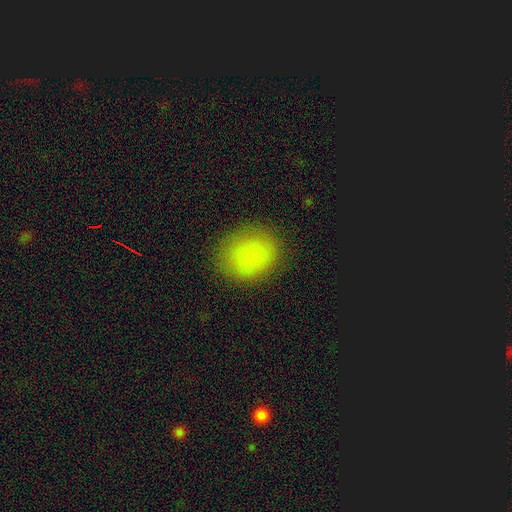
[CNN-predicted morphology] Overall: smooth (82%). How rounded: round (60%; in between 39%). Merging: none (87%).